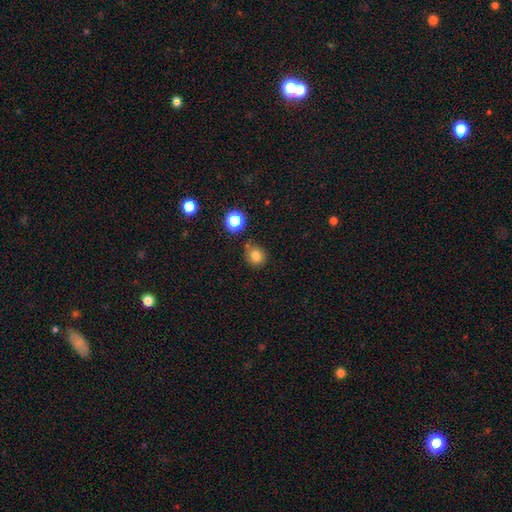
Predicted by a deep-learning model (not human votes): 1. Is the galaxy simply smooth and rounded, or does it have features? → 79% smooth, 14% star or artifact, 7% featured or disk.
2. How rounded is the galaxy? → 73% round, 26% in between, 1% cigar-shaped.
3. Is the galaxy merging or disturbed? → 74% none, 16% minor disturbance, 6% merger, 4% major disturbance.